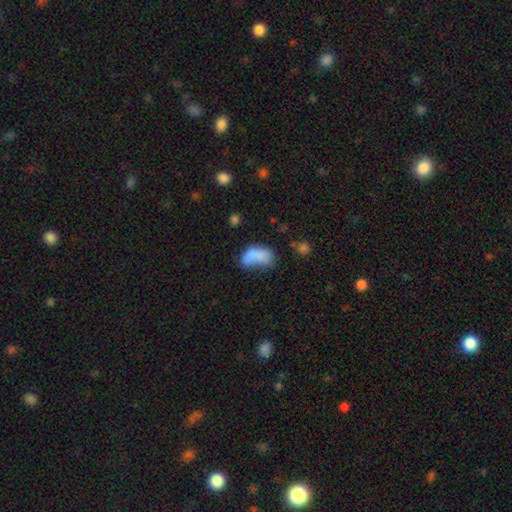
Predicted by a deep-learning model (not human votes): A smooth galaxy with no disk features (77%) that is in between round and cigar-shaped (91%). Merging: none (33%).